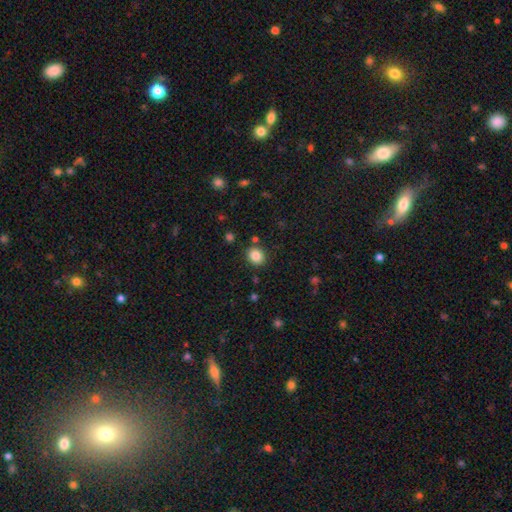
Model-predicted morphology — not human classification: smooth_or_featured: smooth (p=0.85) [alt: star or artifact p=0.10]
how_rounded: round (p=0.65) [alt: in between p=0.34]
merging: none (p=0.86) [alt: minor disturbance p=0.08]